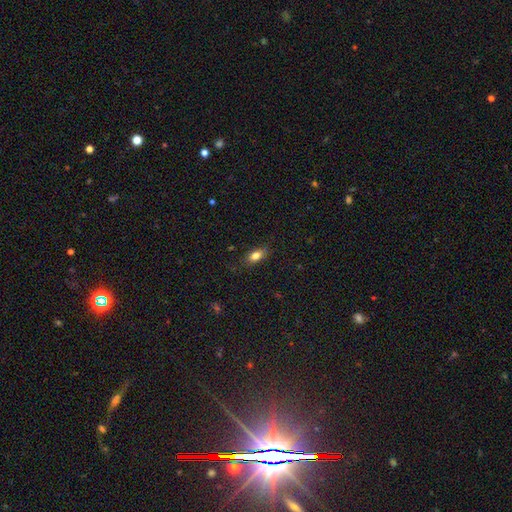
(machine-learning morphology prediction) Overall: smooth (79%). How rounded: in between (82%). Merging: none (79%).